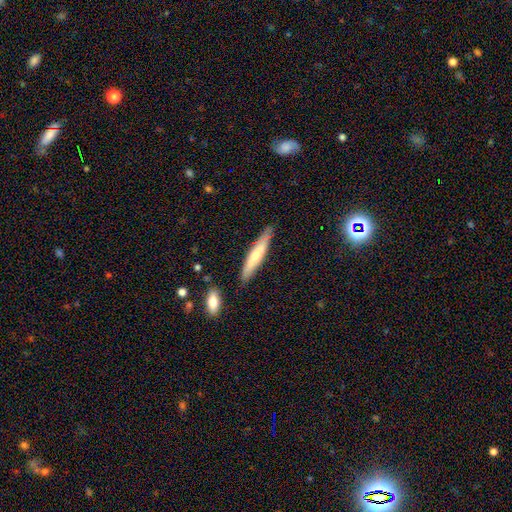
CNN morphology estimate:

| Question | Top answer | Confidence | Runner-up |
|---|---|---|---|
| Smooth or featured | smooth | 52% | featured or disk (42%) |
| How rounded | cigar-shaped | 87% | in between (12%) |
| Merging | none | 80% | minor disturbance (15%) |